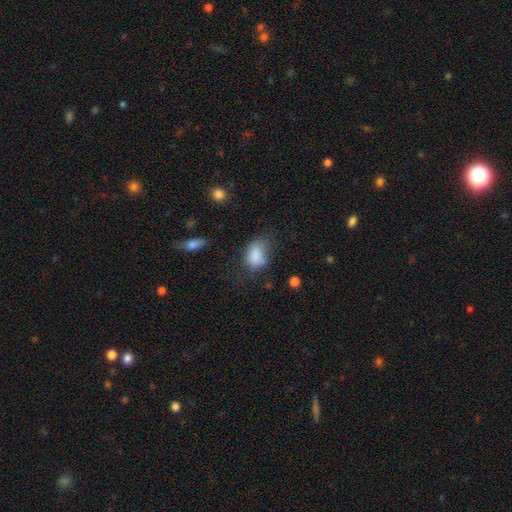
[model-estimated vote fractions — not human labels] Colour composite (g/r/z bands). It shows a smooth galaxy with no disk features (82%) that is in between round and cigar-shaped (81%). Merging: none (43%).